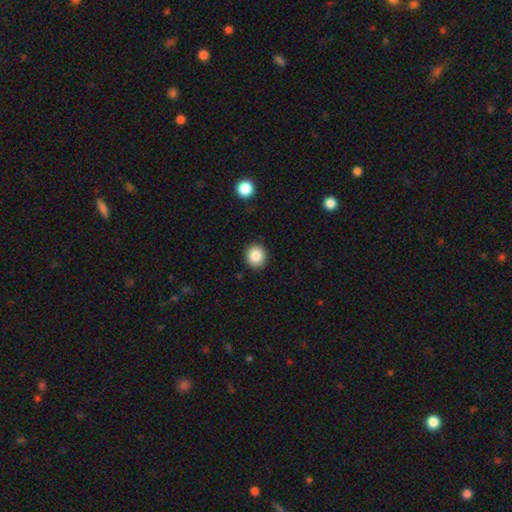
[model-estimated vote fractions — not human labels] Overall: smooth (85%). How rounded: round (80%). Merging: none (91%).